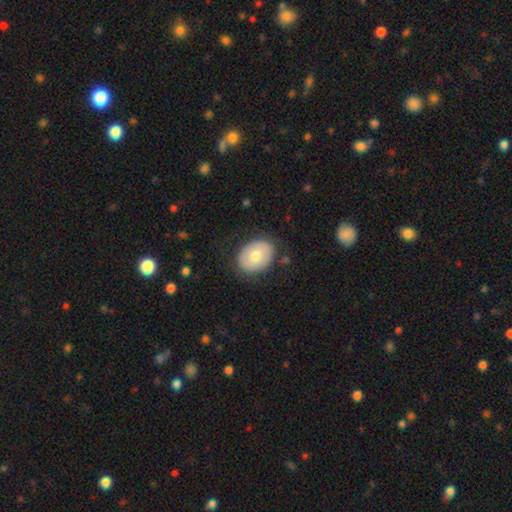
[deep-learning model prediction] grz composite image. It shows a smooth galaxy with no disk features (71%) that is in between round and cigar-shaped (65%). Merging: none (81%).